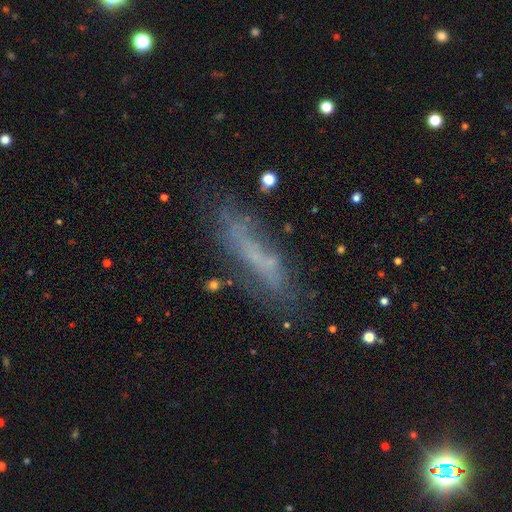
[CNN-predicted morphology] The model was most divided on "smooth or featured": featured or disk: 45%, smooth: 43%, star or artifact: 12%. More confident: merging — none (57%).